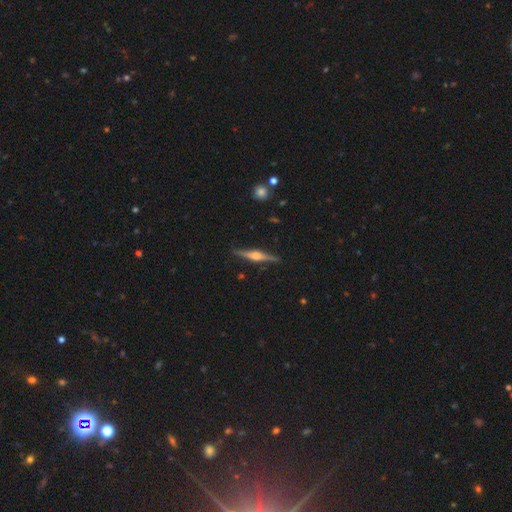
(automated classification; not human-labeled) featured or disk 78%, smooth 17%, star or artifact 5%. Down the decision tree: edge-on disk — yes (98%); edge-on bulge — rounded (90%); merging — none (89%).